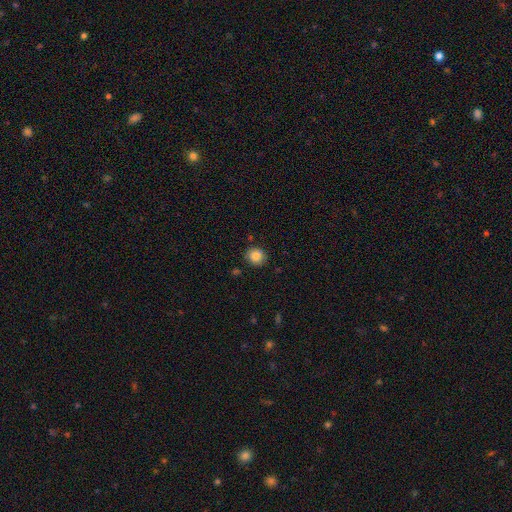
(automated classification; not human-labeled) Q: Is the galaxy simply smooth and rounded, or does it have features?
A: smooth — 85%.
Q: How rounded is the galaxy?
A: round — 86%.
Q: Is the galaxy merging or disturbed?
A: none — 86%.